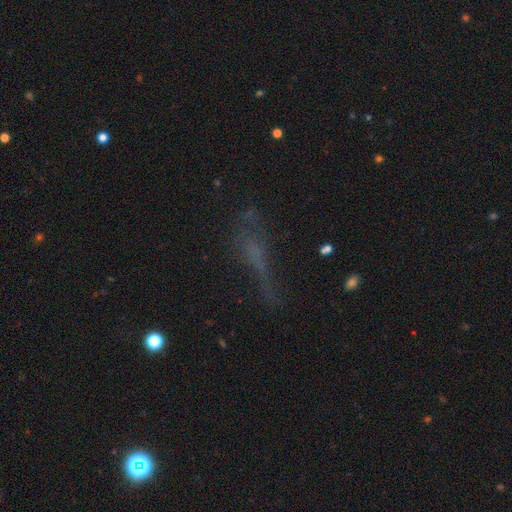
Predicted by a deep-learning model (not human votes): featured or disk 35% (tied), smooth 35% (tied), star or artifact 30%. Down the decision tree: merging — none (44%).